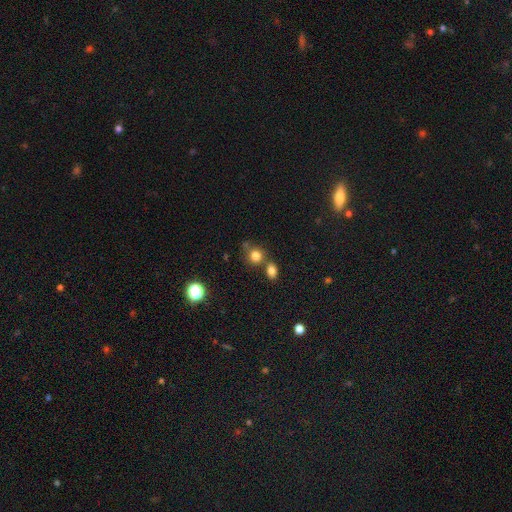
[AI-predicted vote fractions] smooth-or-featured: smooth: 80% | star or artifact: 13% | featured or disk: 7%
  how-rounded: round: 78% | in between: 21% | cigar-shaped: 1%
  merging: none: 61% | merger: 25% | minor disturbance: 10% | major disturbance: 4%